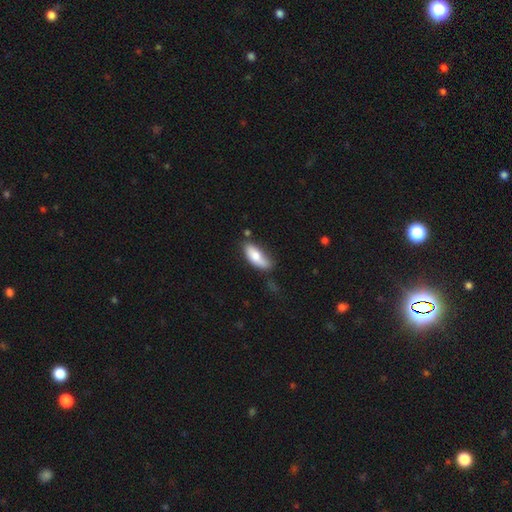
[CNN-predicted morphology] Smooth or featured? Predicted: smooth (p=0.75). How rounded? Predicted: in between (p=0.77). Merging? Predicted: none (p=0.54).